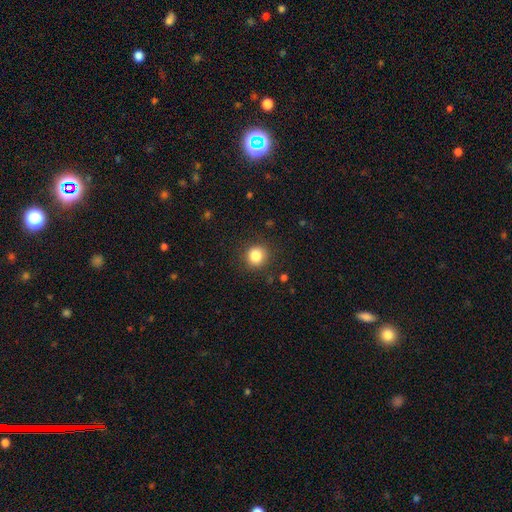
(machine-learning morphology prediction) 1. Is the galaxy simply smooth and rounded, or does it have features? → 84% smooth, 11% star or artifact, 5% featured or disk.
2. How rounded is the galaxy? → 90% round, 9% in between, 1% cigar-shaped.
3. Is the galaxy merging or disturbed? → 88% none, 8% minor disturbance, 3% major disturbance, 1% merger.